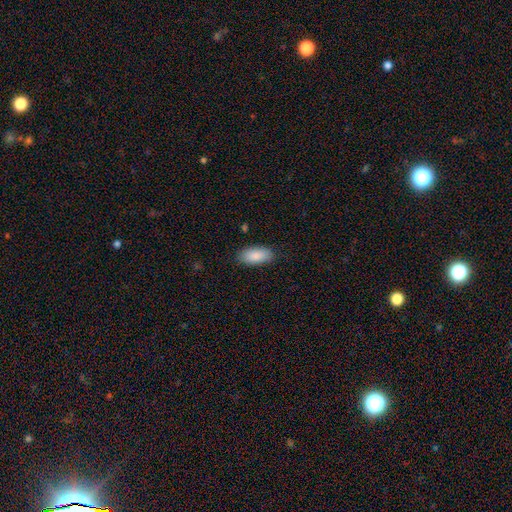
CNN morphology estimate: smooth 89%, star or artifact 6%, featured or disk 5%. Down the decision tree: how rounded — in between (91%); merging — none (85%).